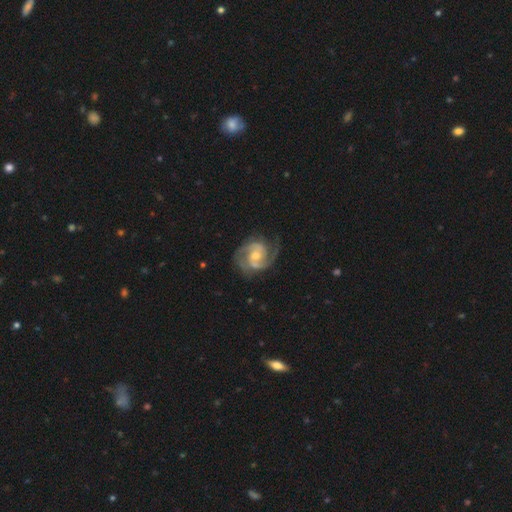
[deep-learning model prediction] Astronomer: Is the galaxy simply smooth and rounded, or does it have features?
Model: featured or disk — 89%.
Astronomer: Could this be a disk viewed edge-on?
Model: no — 98%.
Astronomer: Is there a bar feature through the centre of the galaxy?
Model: no — 48% (runner-up: weak, 43%).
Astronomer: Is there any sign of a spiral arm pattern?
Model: yes — 97%.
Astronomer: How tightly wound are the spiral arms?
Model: medium — 52% (runner-up: tight, 36%).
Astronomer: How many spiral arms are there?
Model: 2 — 78%.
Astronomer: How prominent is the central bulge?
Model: moderate — 52% (runner-up: small, 40%).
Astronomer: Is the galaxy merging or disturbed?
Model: none — 69%.